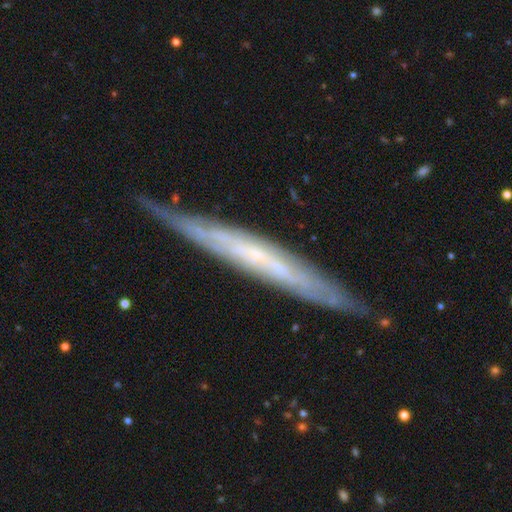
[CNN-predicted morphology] Smooth or featured? featured or disk (75%)
Edge-on disk? yes (79%)
Edge-on bulge? none (76%)
Merging? none (79%)